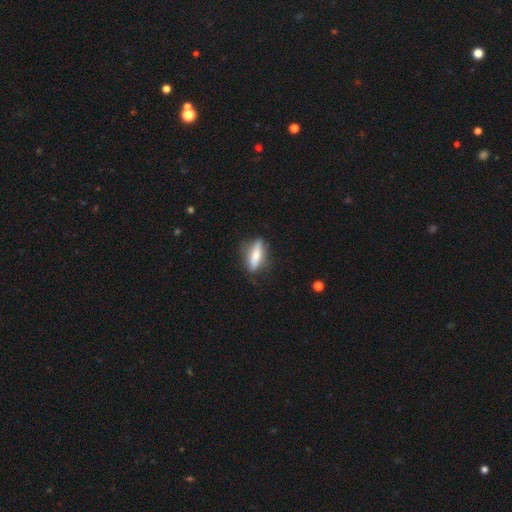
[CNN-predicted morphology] smooth-or-featured: smooth: 55% | featured or disk: 38% | star or artifact: 6%
  how-rounded: cigar-shaped: 55% | in between: 42% | round: 3%
  merging: none: 77% | minor disturbance: 17% | major disturbance: 5% | merger: 2%